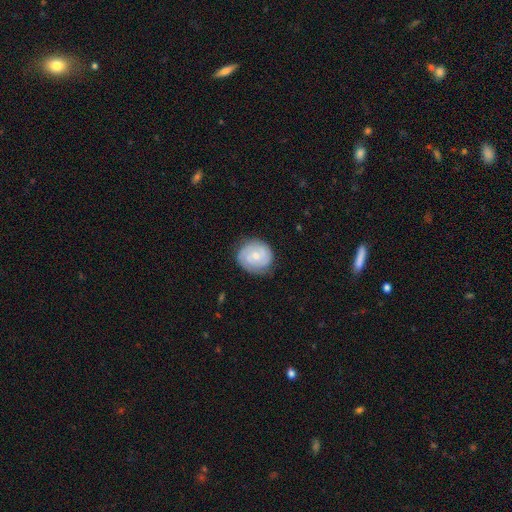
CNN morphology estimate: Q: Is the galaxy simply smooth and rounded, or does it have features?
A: featured or disk — 69%.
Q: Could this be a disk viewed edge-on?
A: no — 98%.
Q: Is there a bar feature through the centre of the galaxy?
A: no — 67%.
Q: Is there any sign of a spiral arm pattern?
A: yes — 92%.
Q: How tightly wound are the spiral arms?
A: tight — 69%.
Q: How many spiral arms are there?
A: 2 — 56%.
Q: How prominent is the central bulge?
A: small — 51%.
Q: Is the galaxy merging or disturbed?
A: none — 78%.